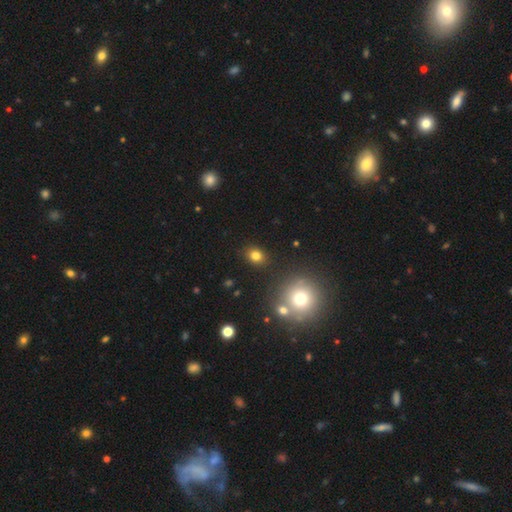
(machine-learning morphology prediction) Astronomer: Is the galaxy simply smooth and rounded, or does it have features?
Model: smooth — 80%.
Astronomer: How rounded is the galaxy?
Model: round — 58% (runner-up: in between, 41%).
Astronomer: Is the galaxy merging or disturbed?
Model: none — 86%.